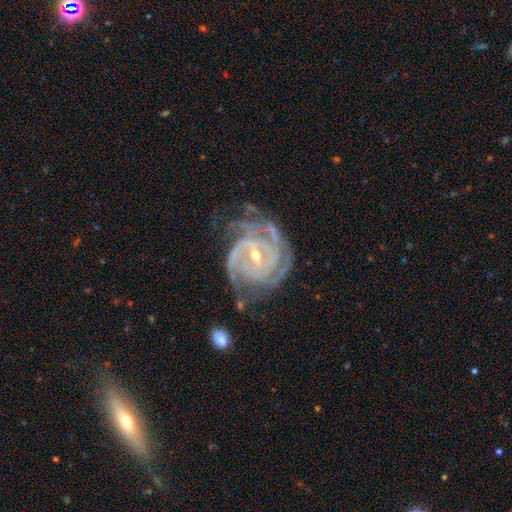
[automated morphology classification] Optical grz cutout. It shows a featured or disk galaxy (93%) with a weak bar (45%), 3 (32%) tight (71%) spiral arms (98%) and a small central bulge (63%). Merging: none (63%).